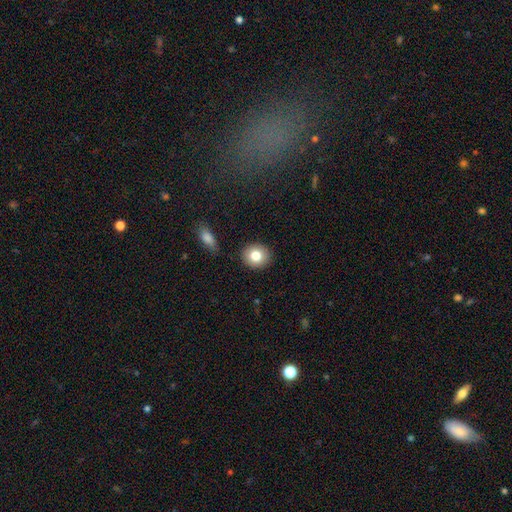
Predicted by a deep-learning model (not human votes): Smooth or featured: smooth — 81% (featured or disk — 10%)
How rounded: round — 75% (in between — 24%)
Merging: none — 88% (minor disturbance — 7%)